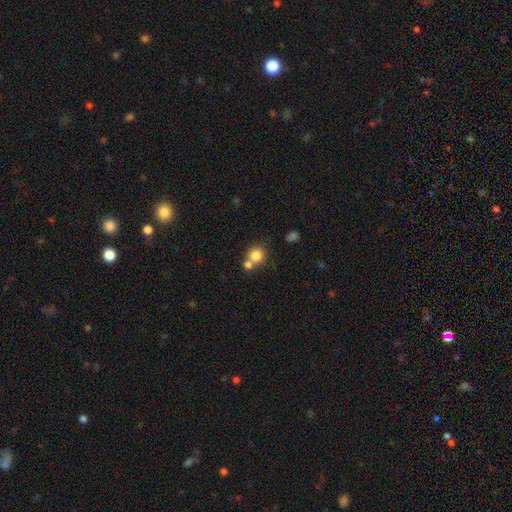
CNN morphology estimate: Smooth or featured: smooth — 82% (star or artifact — 10%)
How rounded: round — 86% (in between — 13%)
Merging: none — 52% (merger — 37%)